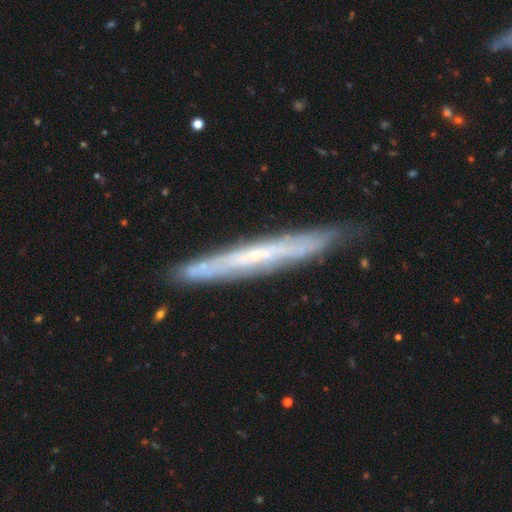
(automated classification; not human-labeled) smooth_or_featured: featured or disk (p=0.72) [alt: smooth p=0.22]
disk_edge_on: yes (p=0.82) [alt: no p=0.18]
edge_on_bulge: none (p=0.63) [alt: rounded p=0.33]
merging: none (p=0.83) [alt: minor disturbance p=0.13]